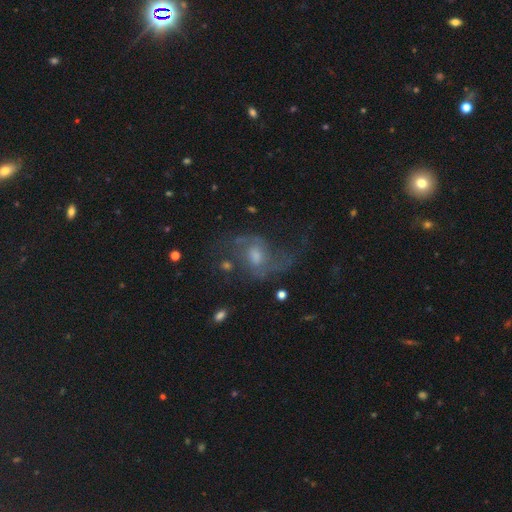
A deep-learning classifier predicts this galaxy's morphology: Smooth or featured? Predicted: featured or disk (p=0.71). Edge-on disk? Predicted: no (p=0.96). Bar? Predicted: no (p=0.55). Spiral arms? Predicted: yes (p=0.89). Spiral winding? Predicted: loose (p=0.61). Spiral arm count? Predicted: 2 (p=0.83). Bulge size? Predicted: moderate (p=0.49). Merging? Predicted: none (p=0.57).